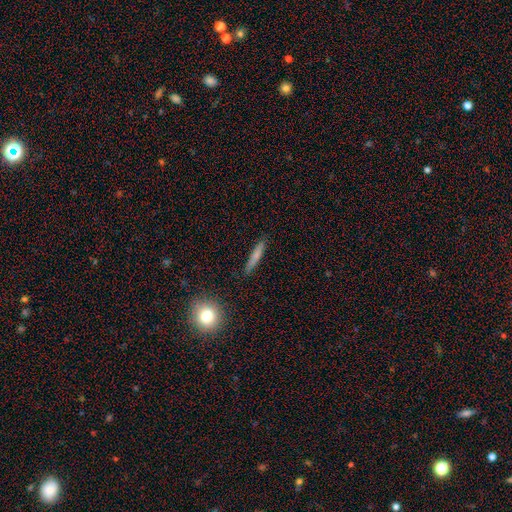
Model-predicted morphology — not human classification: smooth-or-featured: smooth: 70% | featured or disk: 22% | star or artifact: 8%
  how-rounded: cigar-shaped: 90% | in between: 7% | round: 2%
  merging: none: 87% | minor disturbance: 10% | major disturbance: 2% | merger: 2%